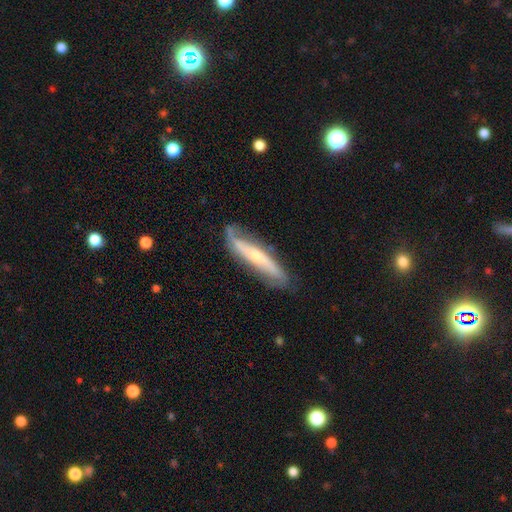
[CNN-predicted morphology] smooth-or-featured: featured or disk: 71% | smooth: 24% | star or artifact: 6%
  disk-edge-on: no: 59% | yes: 41%
  merging: none: 68% | minor disturbance: 22% | major disturbance: 8% | merger: 2%